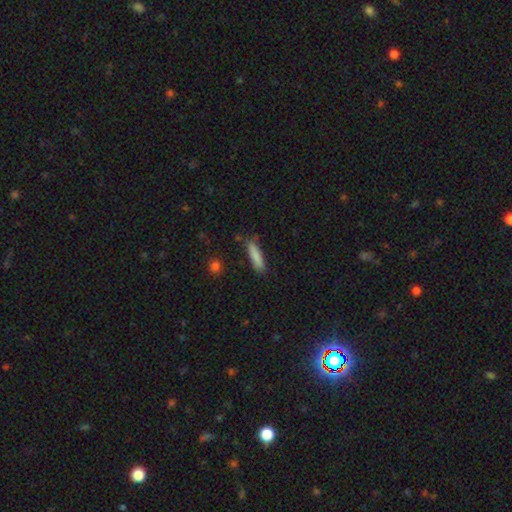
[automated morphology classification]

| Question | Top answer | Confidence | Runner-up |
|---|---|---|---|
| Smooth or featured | smooth | 85% | featured or disk (8%) |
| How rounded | cigar-shaped | 74% | in between (24%) |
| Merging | none | 81% | minor disturbance (13%) |